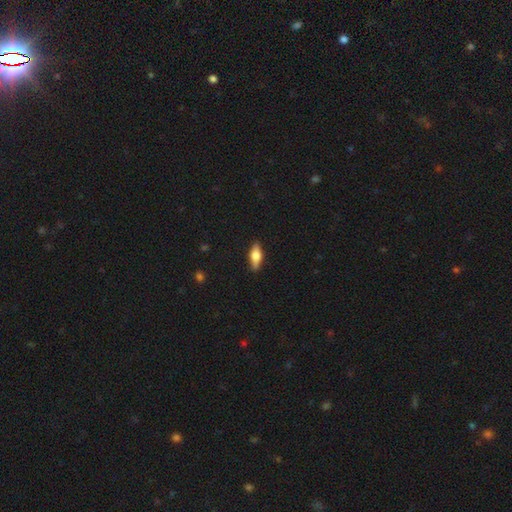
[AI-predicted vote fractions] smooth-or-featured: smooth: 56% | featured or disk: 37% | star or artifact: 6%
  how-rounded: in between: 63% | cigar-shaped: 33% | round: 4%
  merging: none: 88% | minor disturbance: 9% | major disturbance: 2% | merger: 1%